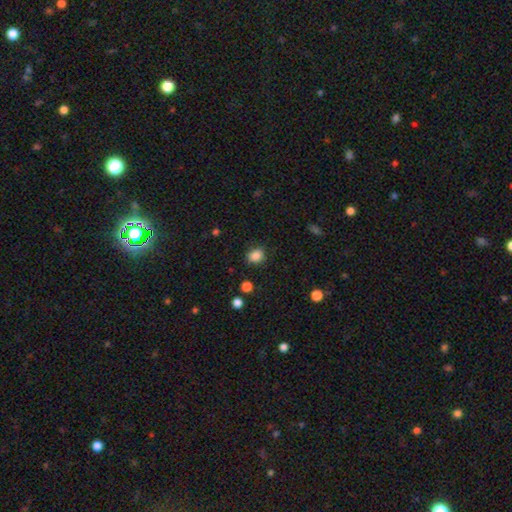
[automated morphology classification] This is clearly a smooth galaxy (84%). How rounded: likely round (60%). Merging: likely none (80%).